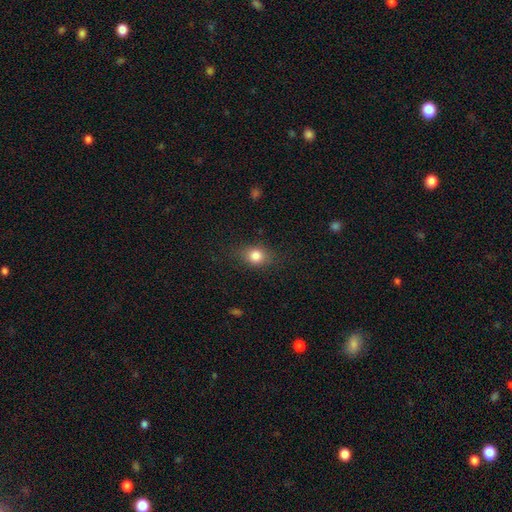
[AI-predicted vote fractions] This is clearly a smooth galaxy (81%). How rounded: possibly round (52%). Merging: likely none (79%).